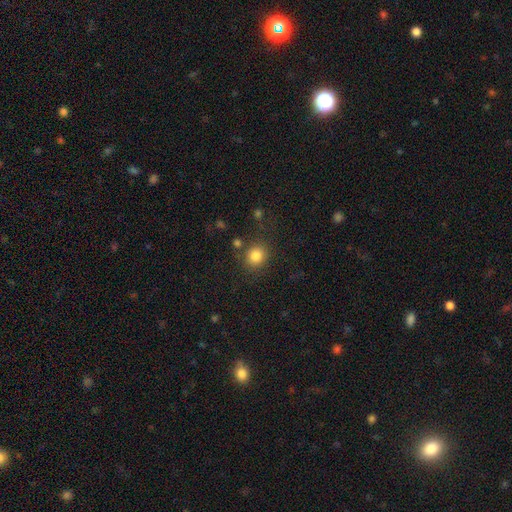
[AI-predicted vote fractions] smooth 83%, star or artifact 11%, featured or disk 6%. Down the decision tree: how rounded — round (82%); merging — none (80%).